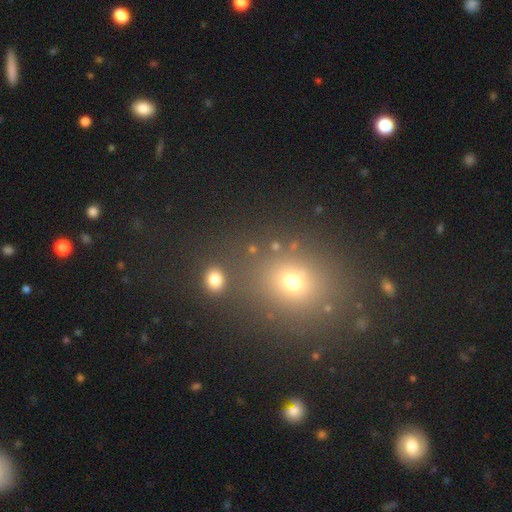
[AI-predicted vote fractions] Smooth or featured? smooth (56%)
How rounded? round (65%)
Merging? none (83%)